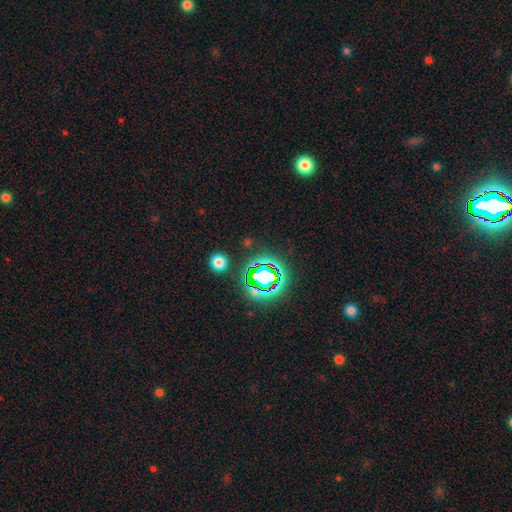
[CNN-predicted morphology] star or artifact 78%, smooth 13%, featured or disk 9%.